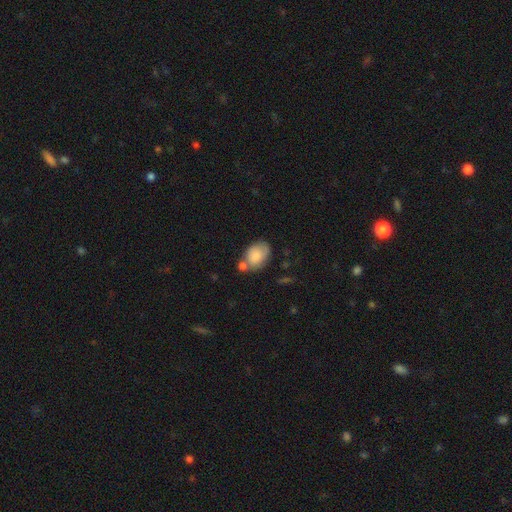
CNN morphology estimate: Smooth or featured? Predicted: smooth (p=0.80). How rounded? Predicted: in between (p=0.80). Merging? Predicted: none (p=0.47).